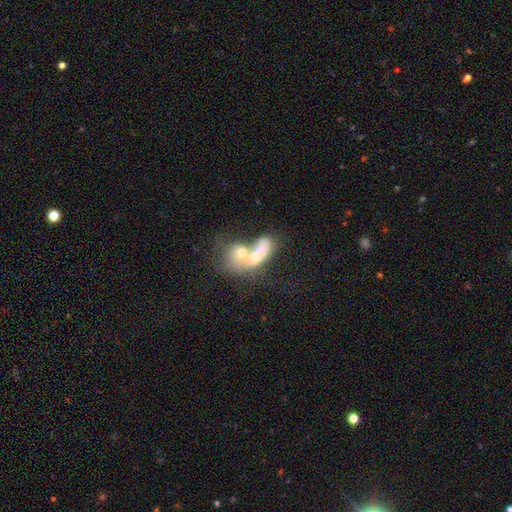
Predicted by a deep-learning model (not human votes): Q: Smooth or featured?
A: smooth (51%); runner-up: featured or disk (40%)
Q: How rounded?
A: in between (66%); runner-up: round (29%)
Q: Merging?
A: merger (78%); runner-up: none (9%)